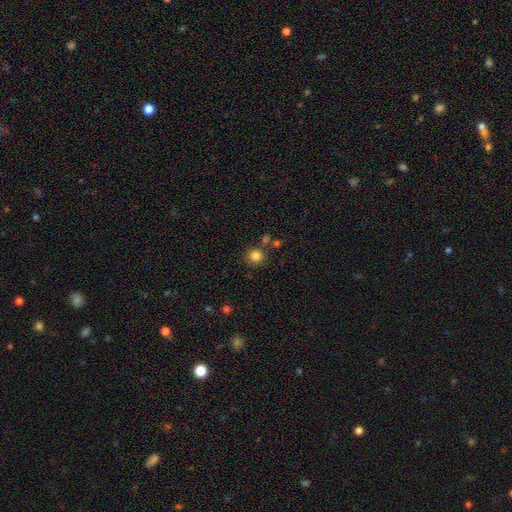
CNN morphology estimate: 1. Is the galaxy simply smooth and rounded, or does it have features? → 84% smooth, 11% star or artifact, 5% featured or disk.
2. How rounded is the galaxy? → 91% round, 9% in between, 1% cigar-shaped.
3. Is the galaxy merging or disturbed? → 77% none, 10% minor disturbance, 10% merger, 3% major disturbance.